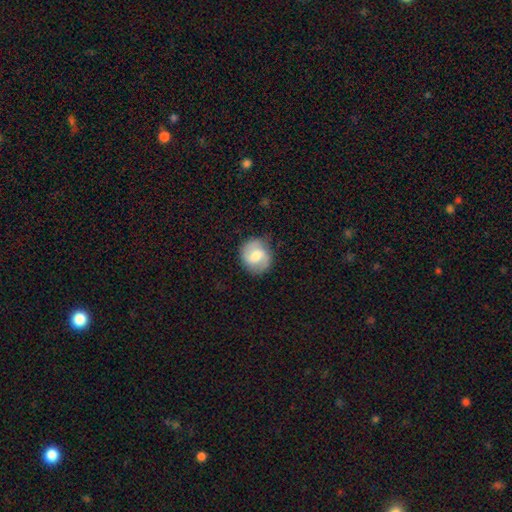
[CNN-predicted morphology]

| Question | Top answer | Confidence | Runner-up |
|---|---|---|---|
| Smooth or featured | featured or disk | 56% | smooth (37%) |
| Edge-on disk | no | 97% | yes (3%) |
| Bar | weak | 55% | no (25%) |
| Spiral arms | yes | 86% | no (14%) |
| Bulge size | moderate | 58% | small (24%) |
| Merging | none | 77% | minor disturbance (17%) |